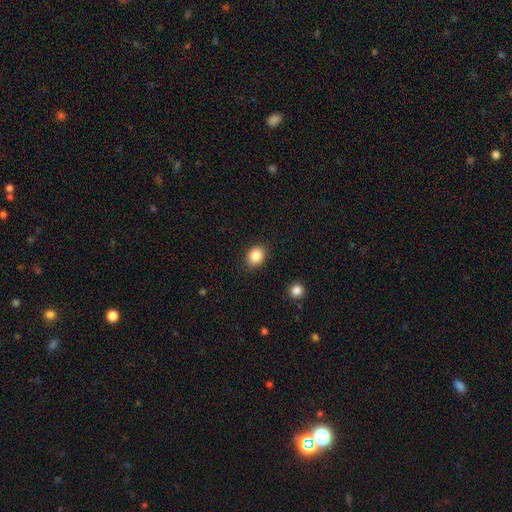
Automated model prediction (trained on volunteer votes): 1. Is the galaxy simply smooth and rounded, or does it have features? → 86% smooth, 9% star or artifact, 5% featured or disk.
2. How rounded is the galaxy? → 53% round, 46% in between, 1% cigar-shaped.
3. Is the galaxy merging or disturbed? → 87% none, 9% minor disturbance, 2% major disturbance, 1% merger.